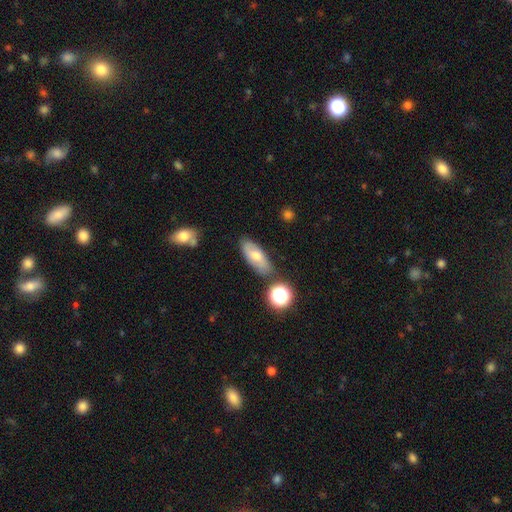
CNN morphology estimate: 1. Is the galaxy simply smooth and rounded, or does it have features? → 57% smooth, 34% featured or disk, 9% star or artifact.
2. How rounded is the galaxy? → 78% in between, 16% cigar-shaped, 6% round.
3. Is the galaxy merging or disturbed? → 74% none, 15% minor disturbance, 6% merger, 4% major disturbance.